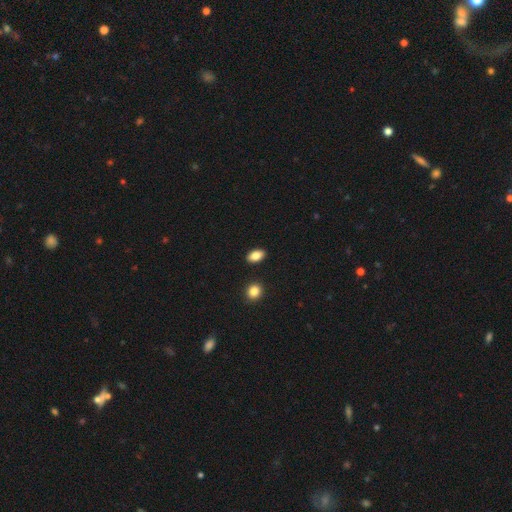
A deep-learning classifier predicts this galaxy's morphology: The model was most divided on "smooth or featured": smooth: 84%, star or artifact: 8%, featured or disk: 8%. More confident: how rounded — in between (90%); merging — none (89%).